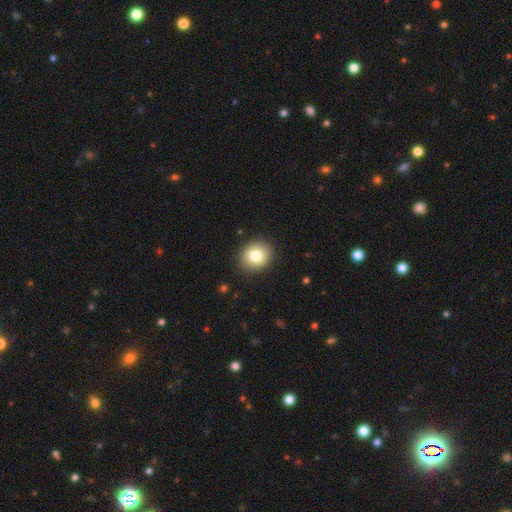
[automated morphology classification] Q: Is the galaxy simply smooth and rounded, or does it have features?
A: smooth — 81%.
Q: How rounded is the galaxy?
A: round — 71%.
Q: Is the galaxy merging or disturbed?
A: none — 89%.